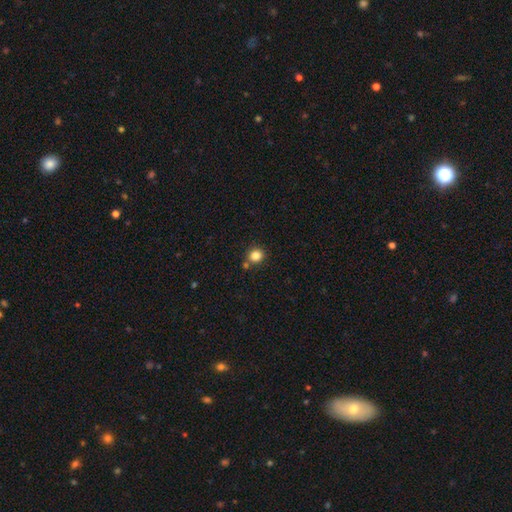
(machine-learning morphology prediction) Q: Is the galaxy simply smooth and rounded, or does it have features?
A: smooth — 83%.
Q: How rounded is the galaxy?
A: round — 88%.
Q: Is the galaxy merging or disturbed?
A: none — 78%.